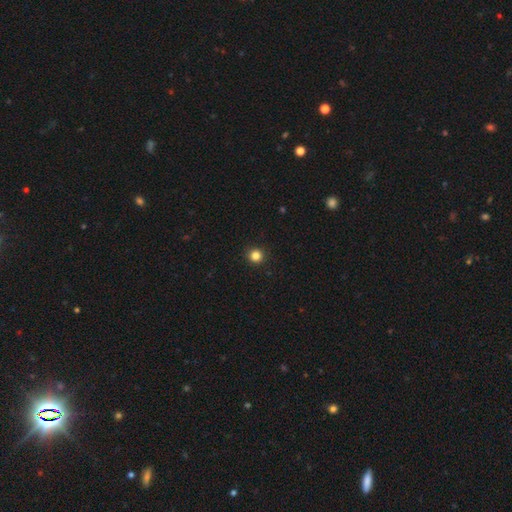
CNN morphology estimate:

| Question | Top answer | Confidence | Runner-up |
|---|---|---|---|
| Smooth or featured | smooth | 84% | star or artifact (12%) |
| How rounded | round | 95% | in between (4%) |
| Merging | none | 93% | minor disturbance (4%) |